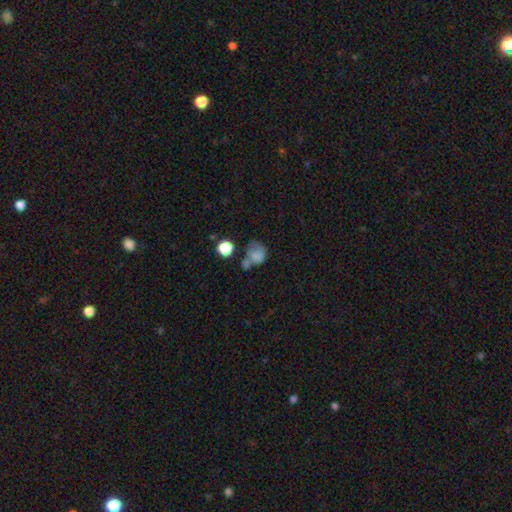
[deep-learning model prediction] Q: Smooth or featured?
A: smooth (73%); runner-up: featured or disk (15%)
Q: How rounded?
A: round (55%); runner-up: in between (44%)
Q: Merging?
A: none (30%); tied with: merger (30%)